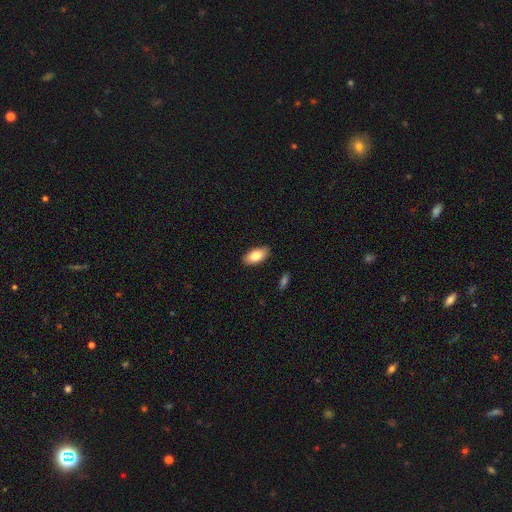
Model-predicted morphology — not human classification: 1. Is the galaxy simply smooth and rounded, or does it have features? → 82% smooth, 12% featured or disk, 7% star or artifact.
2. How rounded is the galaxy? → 92% in between, 5% cigar-shaped, 3% round.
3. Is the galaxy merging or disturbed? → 87% none, 10% minor disturbance, 2% major disturbance, 1% merger.